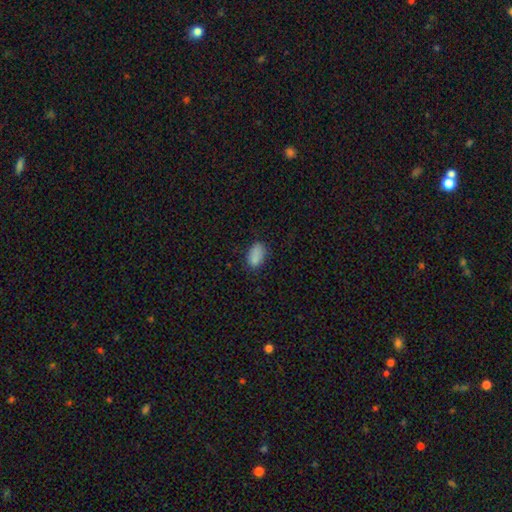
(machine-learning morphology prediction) The model was most divided on "merging": none: 72%, minor disturbance: 21%, major disturbance: 5%, merger: 2%. More confident: how rounded — in between (91%); smooth or featured — smooth (86%).